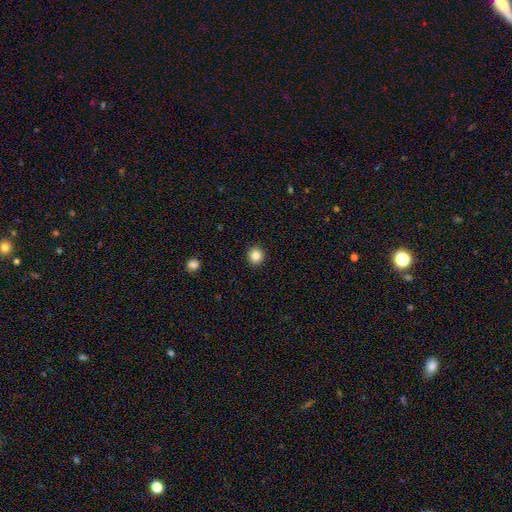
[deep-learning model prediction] Smooth or featured? Predicted: smooth (p=0.85). How rounded? Predicted: round (p=0.91). Merging? Predicted: none (p=0.93).